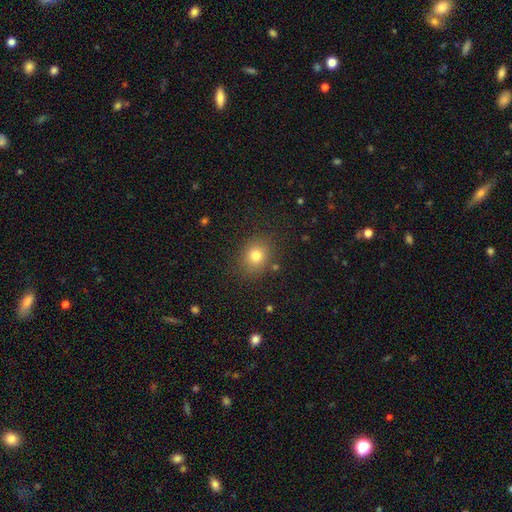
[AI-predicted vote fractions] smooth_or_featured: smooth (p=0.79) [alt: star or artifact p=0.13]
how_rounded: round (p=0.68) [alt: in between p=0.31]
merging: none (p=0.85) [alt: minor disturbance p=0.10]